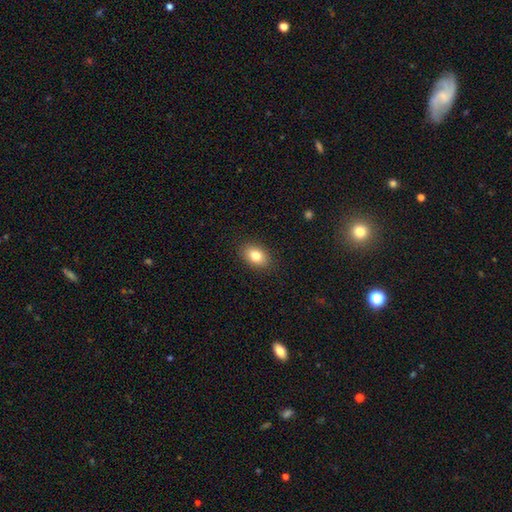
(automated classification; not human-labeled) Morphology: type=smooth (82%); roundness=in between (83%); merging=none (89%).